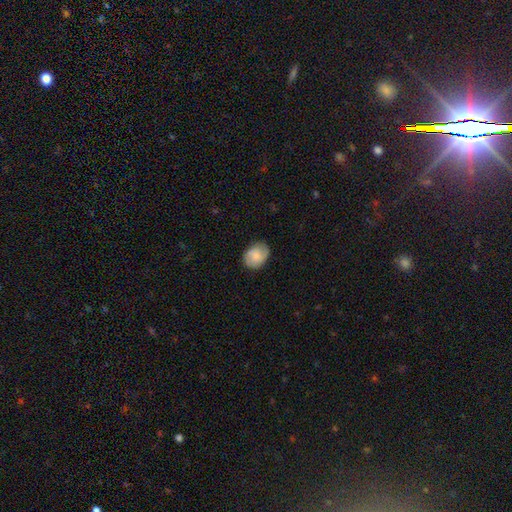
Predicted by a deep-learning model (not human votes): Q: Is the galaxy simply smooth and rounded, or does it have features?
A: smooth — 61%.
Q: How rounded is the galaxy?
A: in between — 54%.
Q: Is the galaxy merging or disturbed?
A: none — 79%.